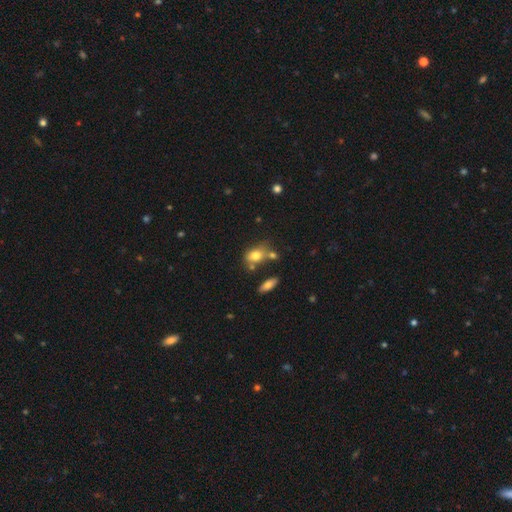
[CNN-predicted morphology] Smooth or featured?
  - smooth: 77% *
  - featured or disk: 13%
  - star or artifact: 10%
How rounded?
  - in between: 74% *
  - round: 22%
  - cigar-shaped: 3%
Merging?
  - none: 51% *
  - merger: 21%
  - minor disturbance: 21%
  - major disturbance: 7%